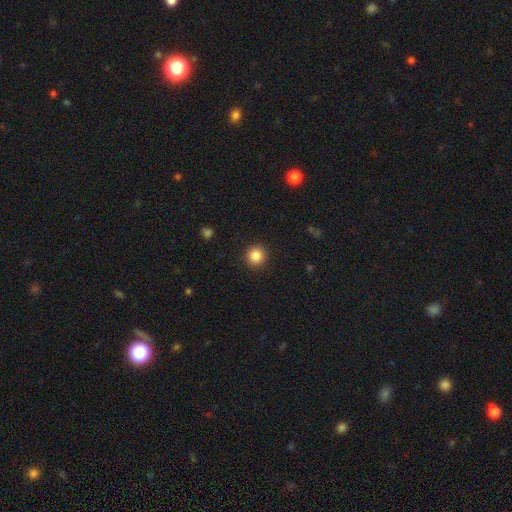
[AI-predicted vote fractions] Smooth or featured? Predicted: smooth (p=0.86). How rounded? Predicted: round (p=0.92). Merging? Predicted: none (p=0.92).